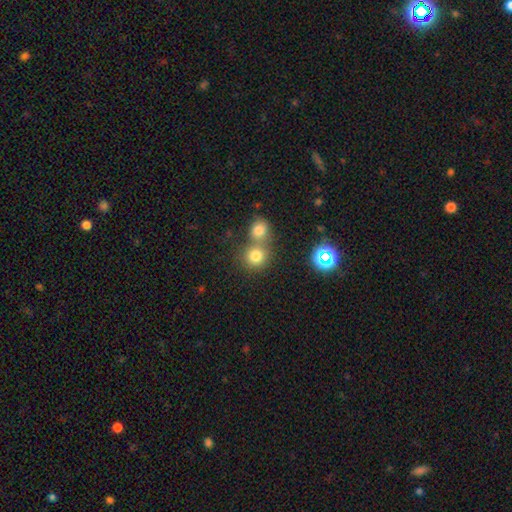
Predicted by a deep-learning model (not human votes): smooth_or_featured: smooth (p=0.77) [alt: star or artifact p=0.15]
how_rounded: round (p=0.87) [alt: in between p=0.12]
merging: none (p=0.49) [alt: merger p=0.41]